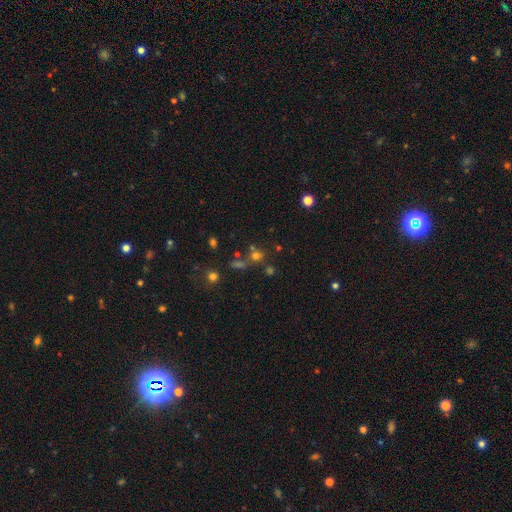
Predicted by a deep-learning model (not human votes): smooth_or_featured: smooth (p=0.57) [alt: star or artifact p=0.32]
how_rounded: round (p=0.85) [alt: in between p=0.13]
merging: none (p=0.61) [alt: merger p=0.25]